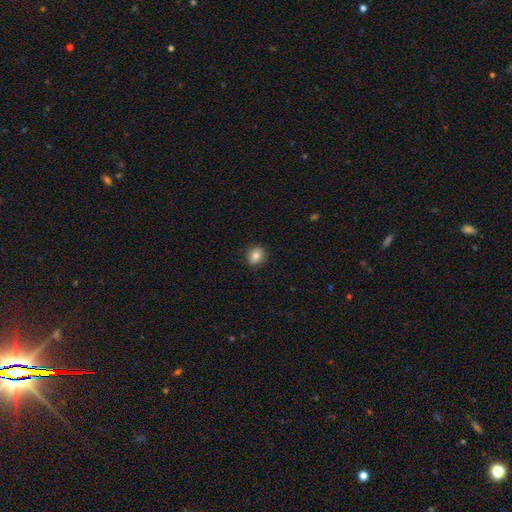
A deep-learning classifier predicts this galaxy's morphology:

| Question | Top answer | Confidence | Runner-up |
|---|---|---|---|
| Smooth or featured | smooth | 82% | star or artifact (10%) |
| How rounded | round | 72% | in between (27%) |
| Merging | none | 89% | minor disturbance (8%) |